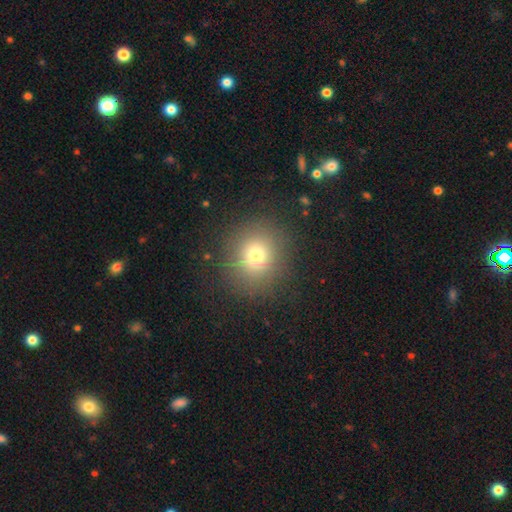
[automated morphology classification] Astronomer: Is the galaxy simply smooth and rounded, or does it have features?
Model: smooth — 73%.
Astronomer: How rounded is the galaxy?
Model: round — 86%.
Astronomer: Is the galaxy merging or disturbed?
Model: none — 86%.